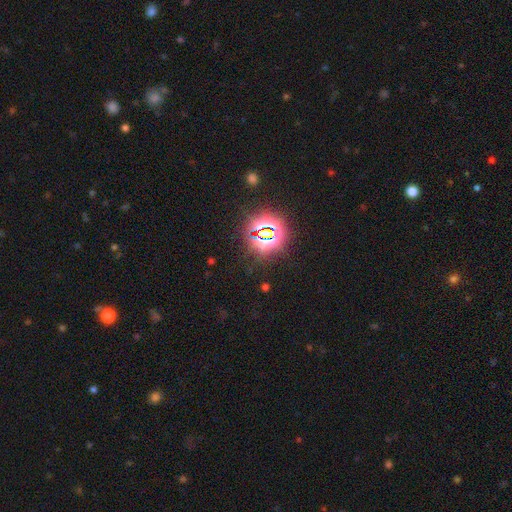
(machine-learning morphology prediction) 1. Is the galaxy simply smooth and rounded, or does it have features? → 80% star or artifact, 13% smooth, 8% featured or disk.